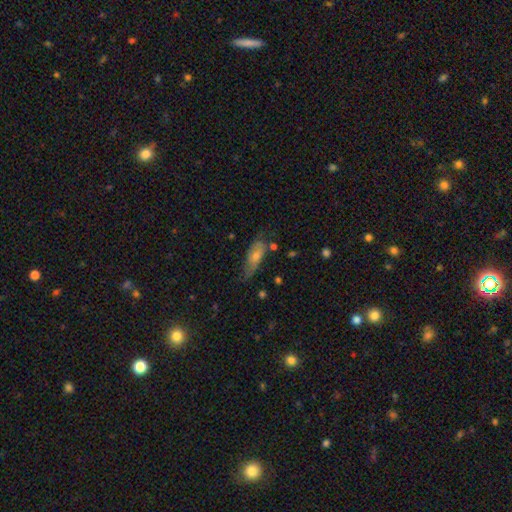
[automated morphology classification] Smooth or featured? Predicted: smooth (p=0.52). How rounded? Predicted: in between (p=0.57). Merging? Predicted: none (p=0.54).